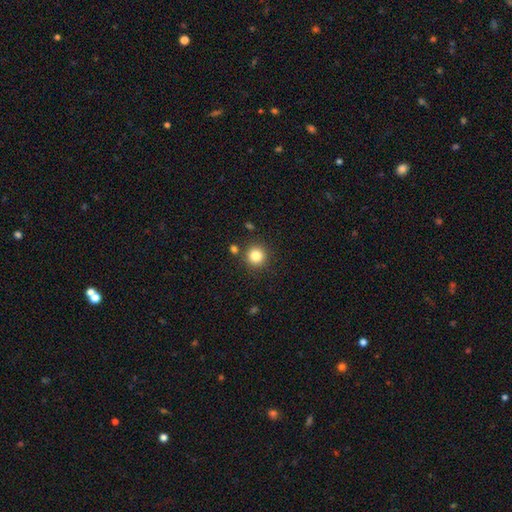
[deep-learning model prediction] This appears to be a smooth galaxy with no disk features (83%) that is round (94%). Merging: none (87%).